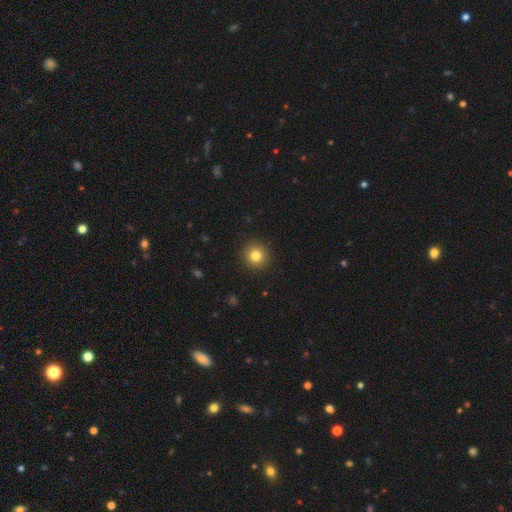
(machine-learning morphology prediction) type=smooth (82%); roundness=round (95%); merging=none (93%).